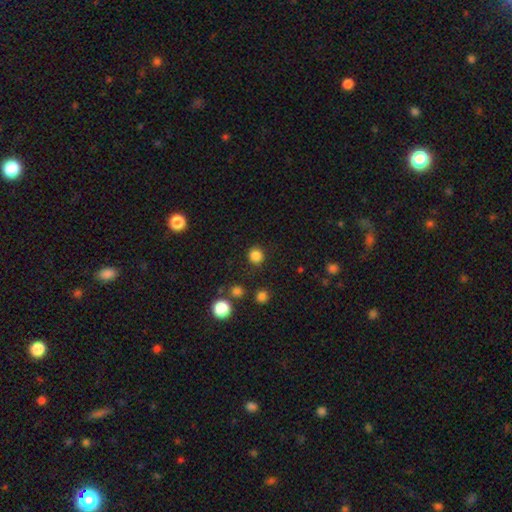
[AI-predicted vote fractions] smooth 84%, star or artifact 13%, featured or disk 4%. Down the decision tree: how rounded — round (91%); merging — none (88%).